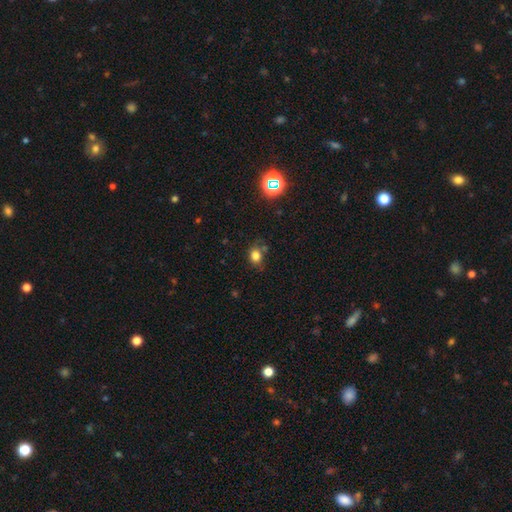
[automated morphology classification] smooth 77%, star or artifact 15%, featured or disk 8%. Down the decision tree: how rounded — round (50%); merging — none (65%).